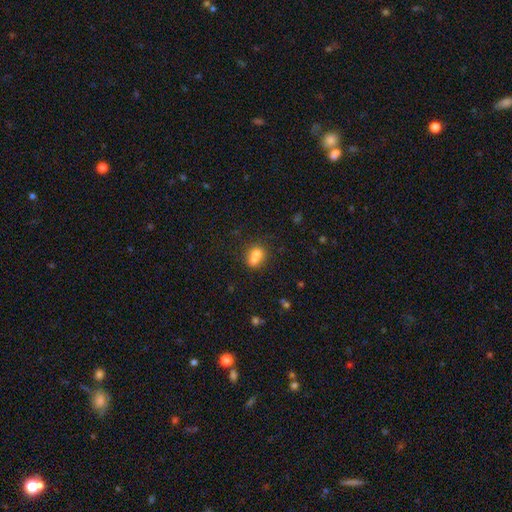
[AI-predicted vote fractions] Smooth or featured? smooth (69%)
How rounded? round (61%)
Merging? merger (59%)